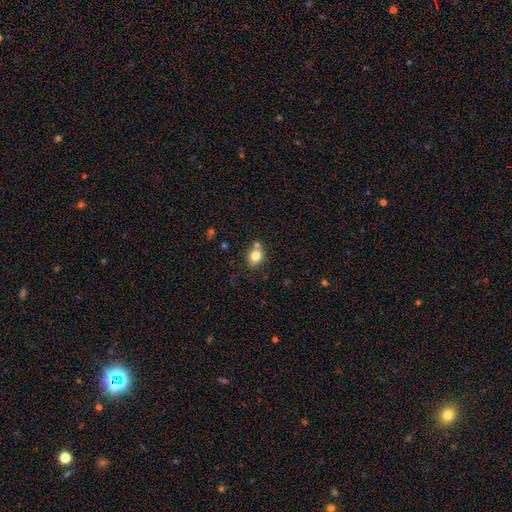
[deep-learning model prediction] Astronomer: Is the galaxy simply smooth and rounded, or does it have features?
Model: smooth — 80%.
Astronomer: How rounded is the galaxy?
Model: round — 64%.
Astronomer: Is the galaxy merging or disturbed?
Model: none — 63%.